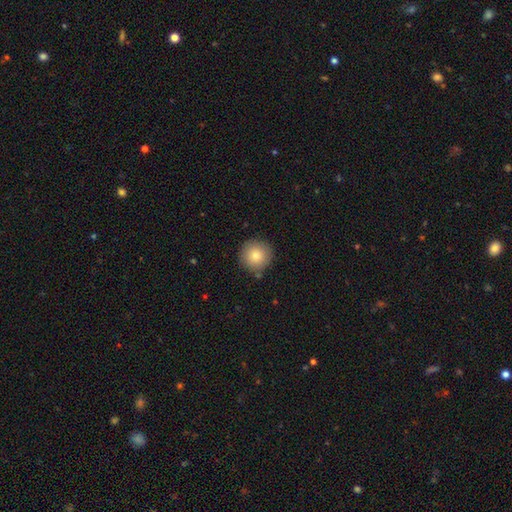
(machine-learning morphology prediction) Q: Smooth or featured?
A: smooth (82%); runner-up: star or artifact (9%)
Q: How rounded?
A: round (95%); runner-up: in between (4%)
Q: Merging?
A: none (87%); runner-up: minor disturbance (9%)